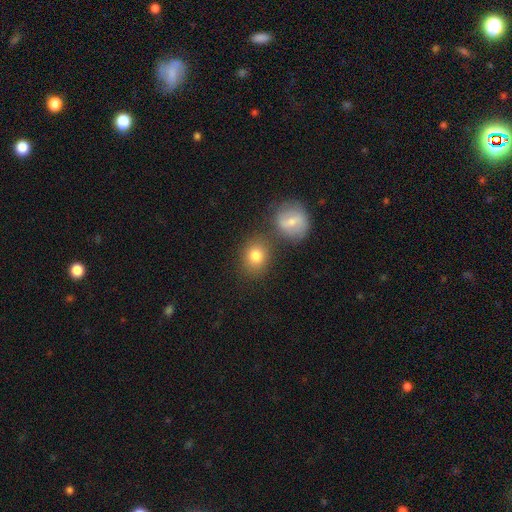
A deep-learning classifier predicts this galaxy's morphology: A smooth galaxy with no disk features (81%) that is round (68%). Merging: none (67%).